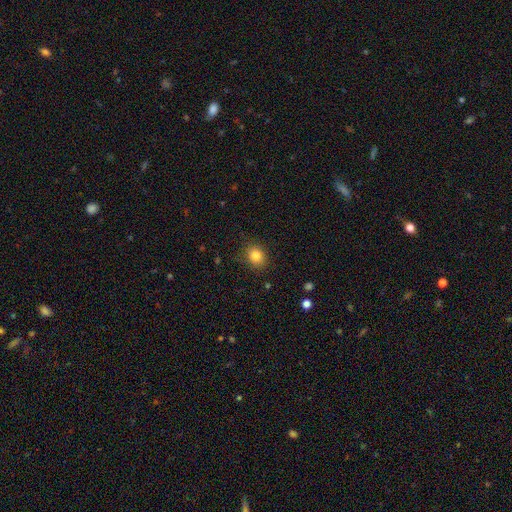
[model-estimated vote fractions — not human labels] Smooth or featured?
  - smooth: 83% *
  - star or artifact: 11%
  - featured or disk: 6%
How rounded?
  - round: 64% *
  - in between: 35%
  - cigar-shaped: 1%
Merging?
  - none: 85% *
  - minor disturbance: 11%
  - major disturbance: 3%
  - merger: 1%